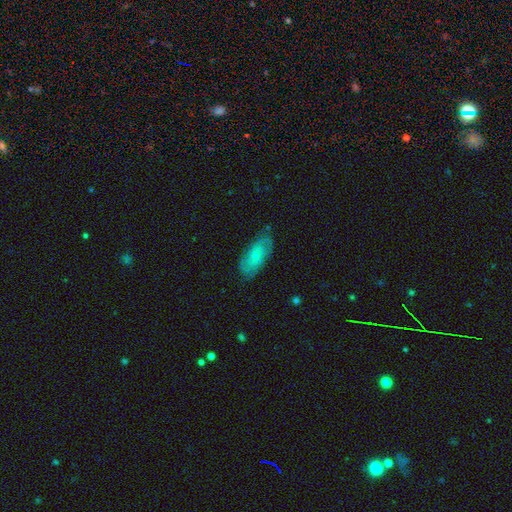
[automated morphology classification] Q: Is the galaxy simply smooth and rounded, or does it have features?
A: smooth — 47%.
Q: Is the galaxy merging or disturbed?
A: none — 72%.